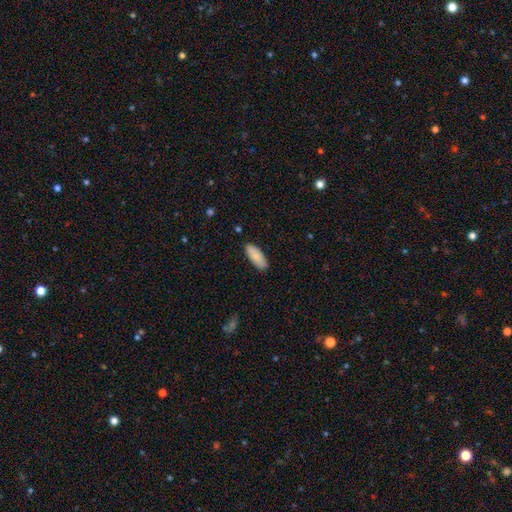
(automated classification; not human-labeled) Q: Smooth or featured?
A: smooth (84%); runner-up: featured or disk (10%)
Q: How rounded?
A: in between (81%); runner-up: cigar-shaped (18%)
Q: Merging?
A: none (87%); runner-up: minor disturbance (10%)